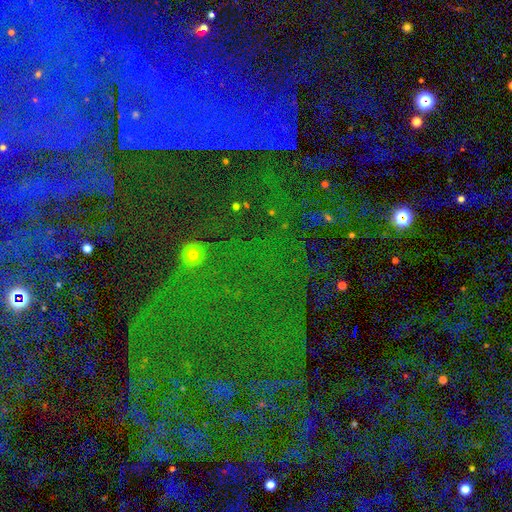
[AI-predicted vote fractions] smooth-or-featured: star or artifact: 79% | featured or disk: 11% | smooth: 10%